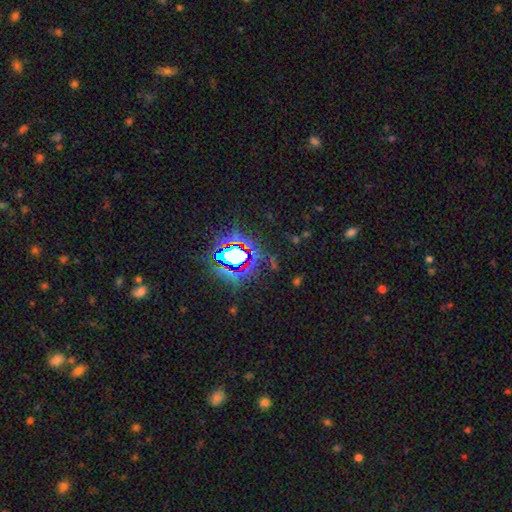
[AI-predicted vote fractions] Smooth or featured? star or artifact (81%)